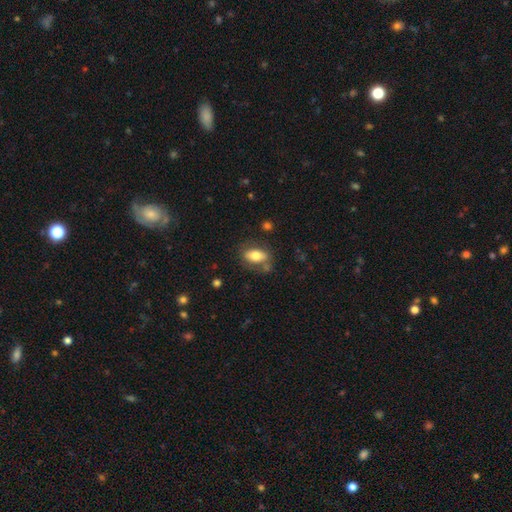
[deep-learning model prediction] Overall: smooth (71%). How rounded: in between (86%). Merging: none (67%).